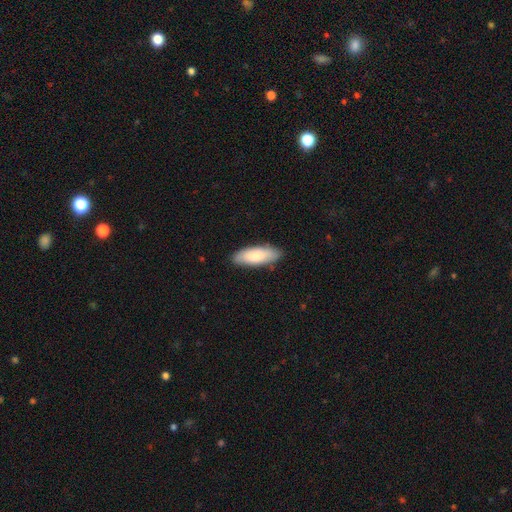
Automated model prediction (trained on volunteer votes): This is clearly a smooth galaxy (81%). How rounded: likely in between (71%). Merging: clearly none (86%).